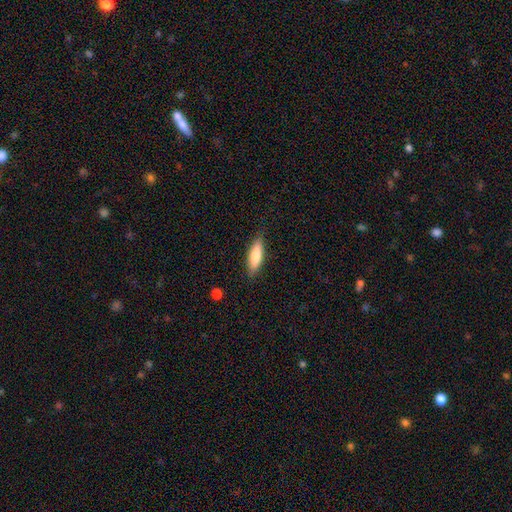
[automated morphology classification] This appears to be a smooth galaxy with no disk features (75%) that is cigar-shaped (52%). Merging: none (83%).